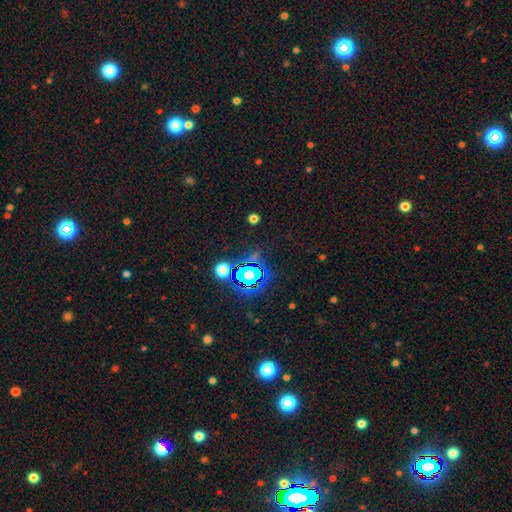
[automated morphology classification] This appears to be a star or artifact, not a galaxy (74%).